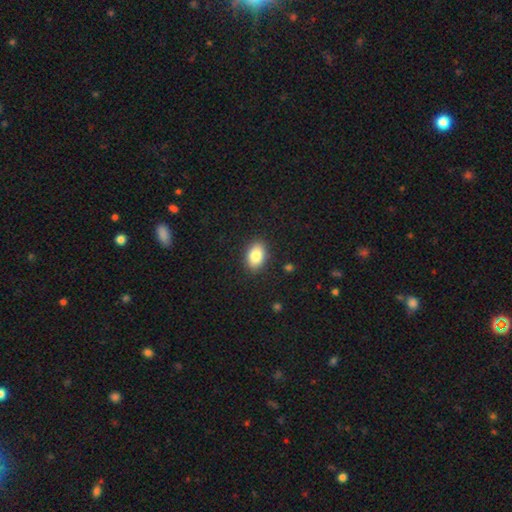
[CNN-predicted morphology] A smooth galaxy with no disk features (85%) that is in between round and cigar-shaped (84%). Merging: none (88%).